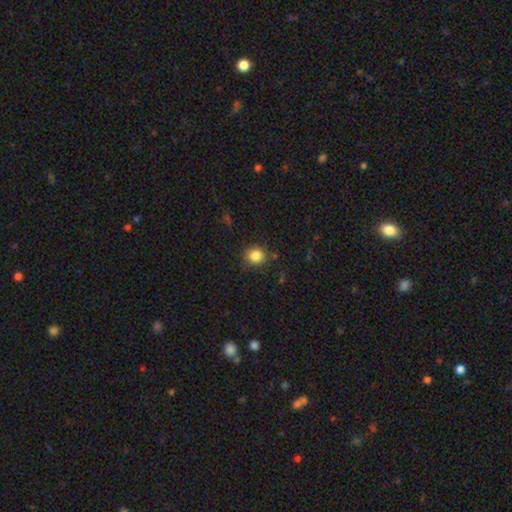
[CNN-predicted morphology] Smooth or featured? smooth (84%)
How rounded? round (85%)
Merging? none (87%)